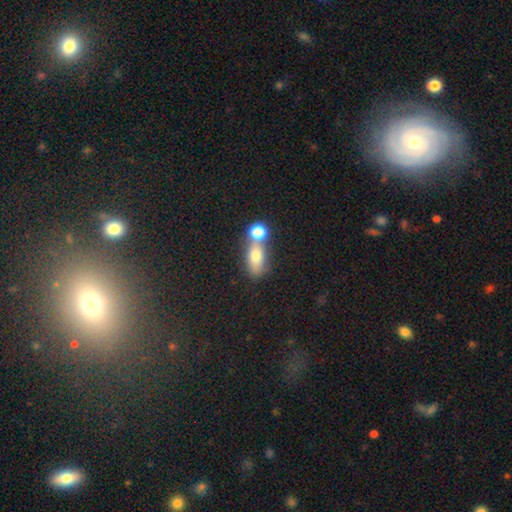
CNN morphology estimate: A smooth galaxy with no disk features (73%) that is in between round and cigar-shaped (69%).

Vote fractions:
- Smooth or featured? smooth: 73% / featured or disk: 16% / star or artifact: 11%
- How rounded? in between: 69% / round: 22% / cigar-shaped: 9%
- Merging? merger: 54% / none: 32% / minor disturbance: 9% / major disturbance: 5%